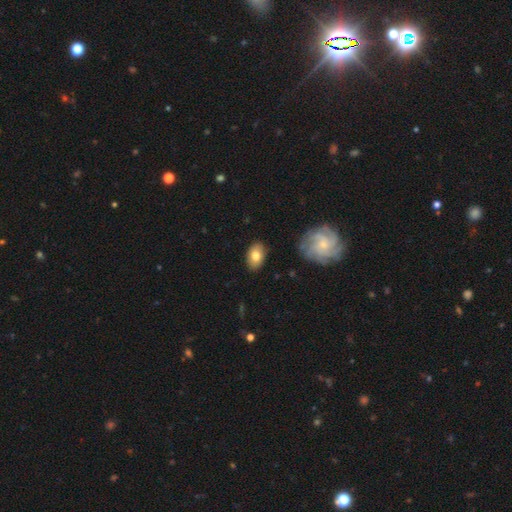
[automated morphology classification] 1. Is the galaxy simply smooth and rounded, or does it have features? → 73% smooth, 20% featured or disk, 6% star or artifact.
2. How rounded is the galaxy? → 87% in between, 11% round, 2% cigar-shaped.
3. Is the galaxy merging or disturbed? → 84% none, 12% minor disturbance, 3% major disturbance, 1% merger.